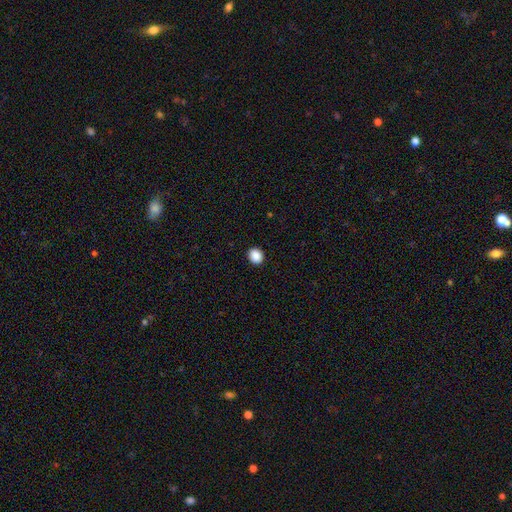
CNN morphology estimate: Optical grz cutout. It shows a smooth galaxy with no disk features (89%) that is round (72%). Merging: none (92%).